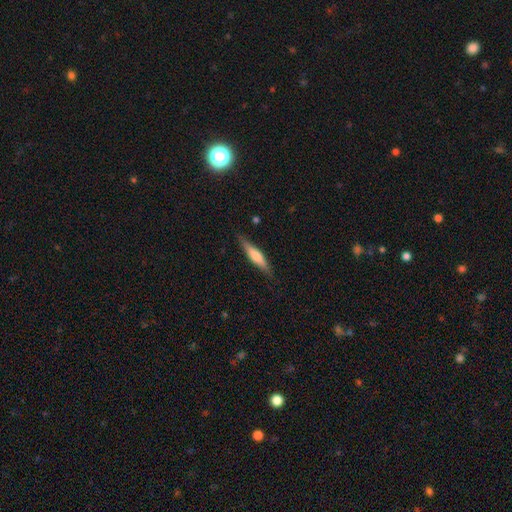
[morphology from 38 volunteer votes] type=smooth (53%); roundness=cigar-shaped (90%); merging=none (92%).